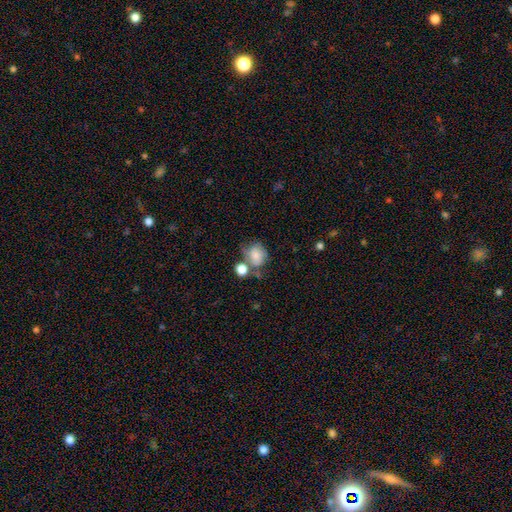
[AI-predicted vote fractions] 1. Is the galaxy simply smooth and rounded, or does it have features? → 73% smooth, 18% featured or disk, 10% star or artifact.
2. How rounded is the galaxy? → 54% round, 45% in between, 1% cigar-shaped.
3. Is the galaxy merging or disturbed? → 37% none, 28% merger, 22% minor disturbance, 14% major disturbance.